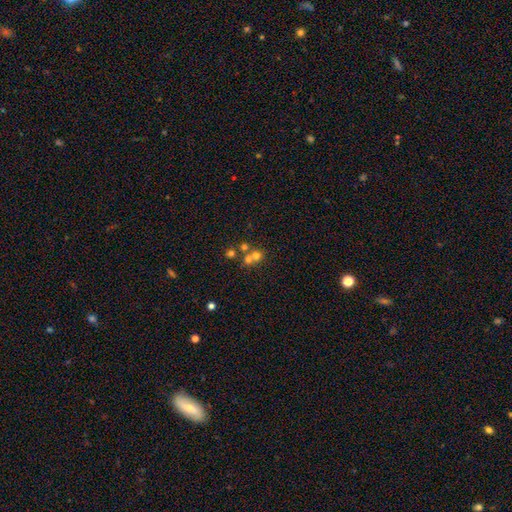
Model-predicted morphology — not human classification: A smooth galaxy with no disk features (63%) that is round (85%).

Vote fractions:
- Smooth or featured? smooth: 63% / star or artifact: 19% / featured or disk: 19%
- How rounded? round: 85% / in between: 14% / cigar-shaped: 1%
- Merging? merger: 53% / none: 38% / minor disturbance: 6% / major disturbance: 3%